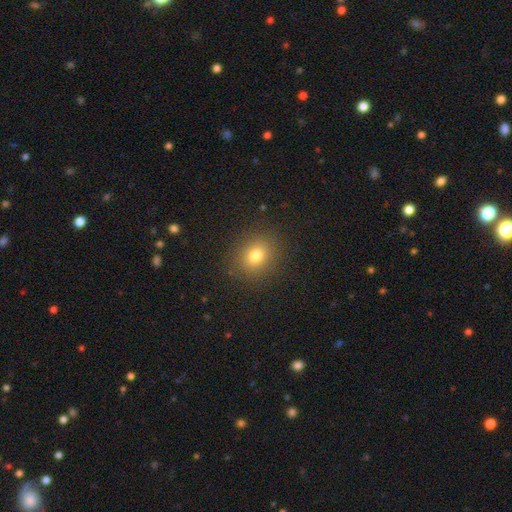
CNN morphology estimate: smooth-or-featured: smooth: 77% | star or artifact: 14% | featured or disk: 9%
  how-rounded: round: 65% | in between: 34% | cigar-shaped: 1%
  merging: none: 89% | minor disturbance: 7% | major disturbance: 3% | merger: 1%